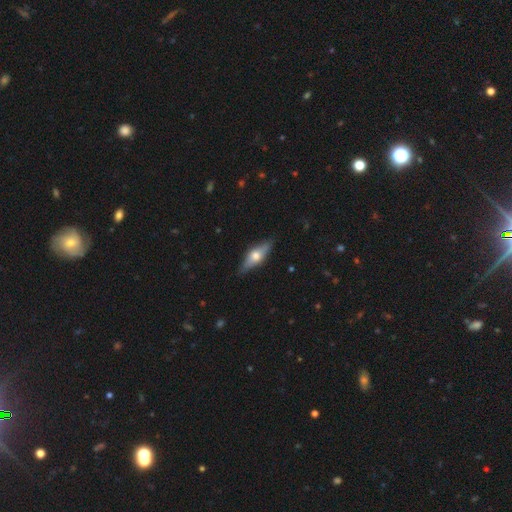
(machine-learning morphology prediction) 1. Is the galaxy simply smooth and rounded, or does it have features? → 53% featured or disk, 41% smooth, 6% star or artifact.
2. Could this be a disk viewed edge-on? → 89% yes, 11% no.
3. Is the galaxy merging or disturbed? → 84% none, 13% minor disturbance, 2% major disturbance, 1% merger.